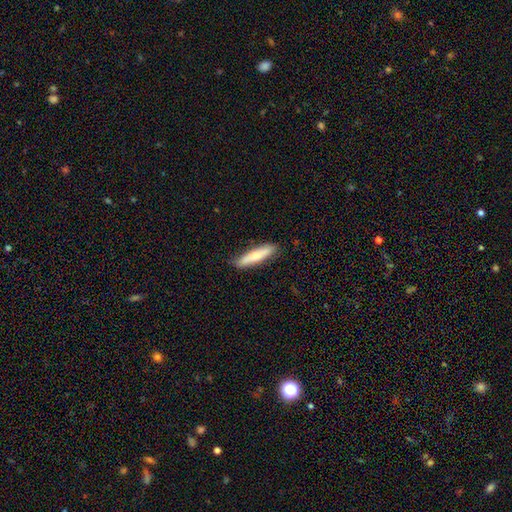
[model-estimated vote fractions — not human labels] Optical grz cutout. It shows a smooth galaxy with no disk features (71%) that is cigar-shaped (81%). Merging: none (86%).